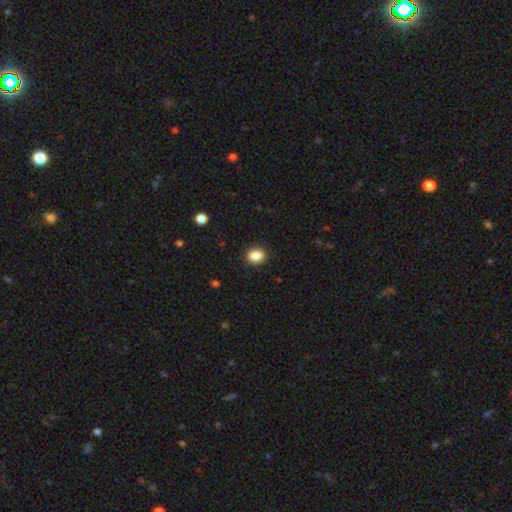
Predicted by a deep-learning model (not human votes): This is clearly a smooth galaxy (88%). How rounded: likely in between (62%). Merging: clearly none (88%).